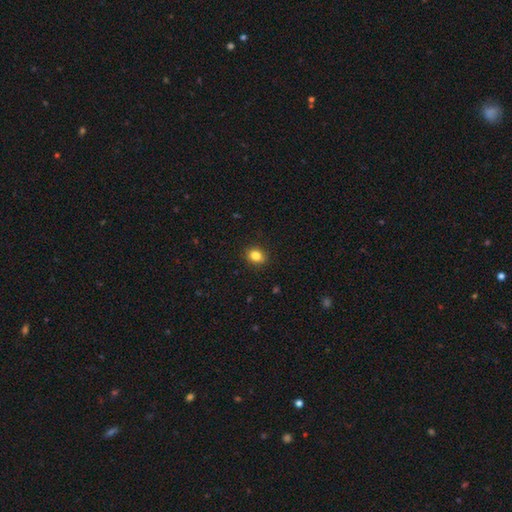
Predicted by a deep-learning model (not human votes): A smooth galaxy with no disk features (84%) that is in between round and cigar-shaped (50%).

Vote fractions:
- Smooth or featured? smooth: 84% / star or artifact: 10% / featured or disk: 6%
- How rounded? in between: 50% / round: 49% / cigar-shaped: 1%
- Merging? none: 90% / minor disturbance: 7% / major disturbance: 2% / merger: 1%